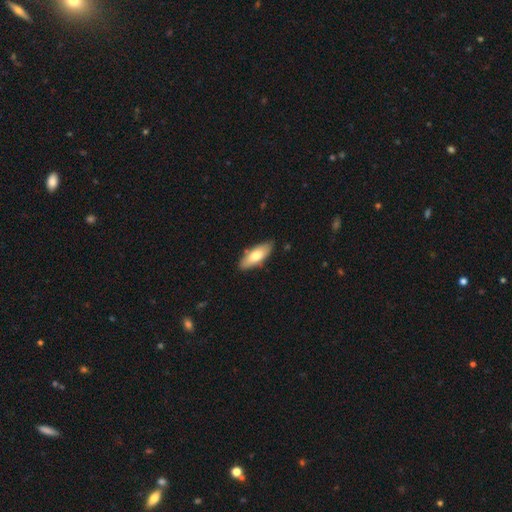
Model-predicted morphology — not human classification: Smooth or featured? smooth (73%)
How rounded? in between (72%)
Merging? none (84%)